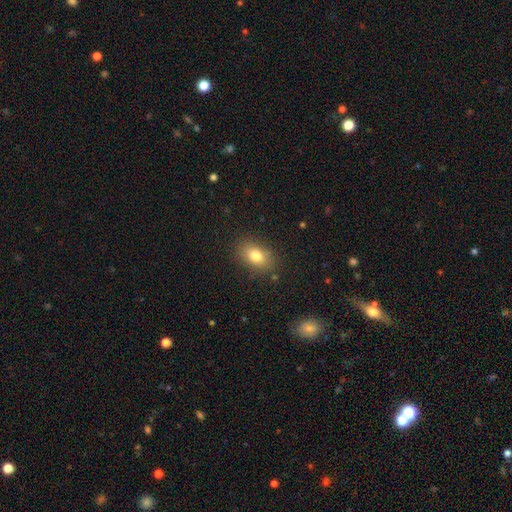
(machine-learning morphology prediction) A smooth galaxy with no disk features (80%) that is in between round and cigar-shaped (83%). Merging: none (85%).